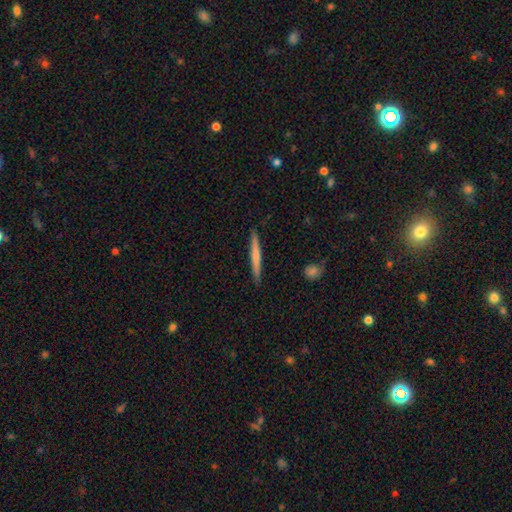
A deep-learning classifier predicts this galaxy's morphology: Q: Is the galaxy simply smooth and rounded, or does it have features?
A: smooth — 60%.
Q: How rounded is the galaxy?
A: cigar-shaped — 96%.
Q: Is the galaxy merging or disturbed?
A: none — 90%.